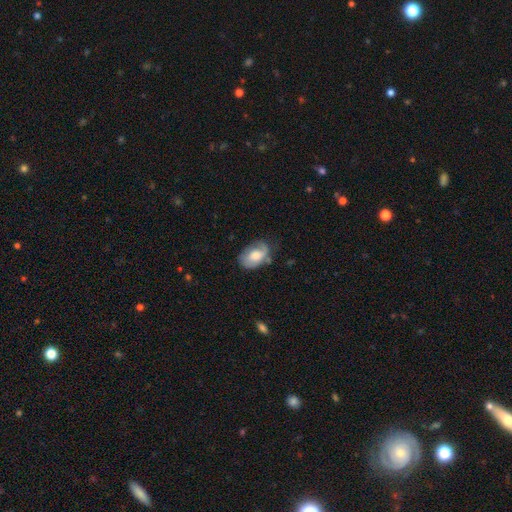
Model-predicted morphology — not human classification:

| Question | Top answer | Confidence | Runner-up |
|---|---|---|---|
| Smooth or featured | featured or disk | 47% | smooth (46%) |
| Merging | none | 54% | minor disturbance (30%) |